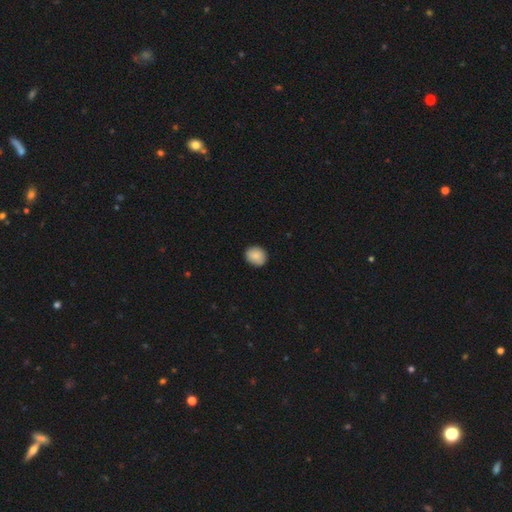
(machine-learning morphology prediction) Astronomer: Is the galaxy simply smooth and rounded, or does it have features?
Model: smooth — 89%.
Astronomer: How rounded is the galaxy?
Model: round — 67%.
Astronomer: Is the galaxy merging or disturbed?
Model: none — 89%.